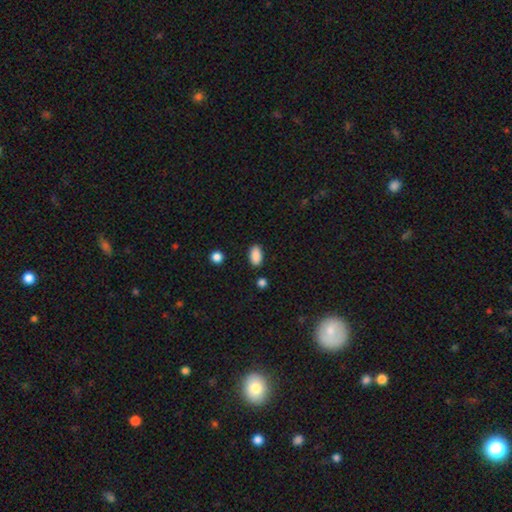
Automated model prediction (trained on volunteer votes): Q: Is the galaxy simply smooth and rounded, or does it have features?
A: smooth — 89%.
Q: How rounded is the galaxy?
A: in between — 92%.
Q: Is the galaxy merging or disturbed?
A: none — 86%.